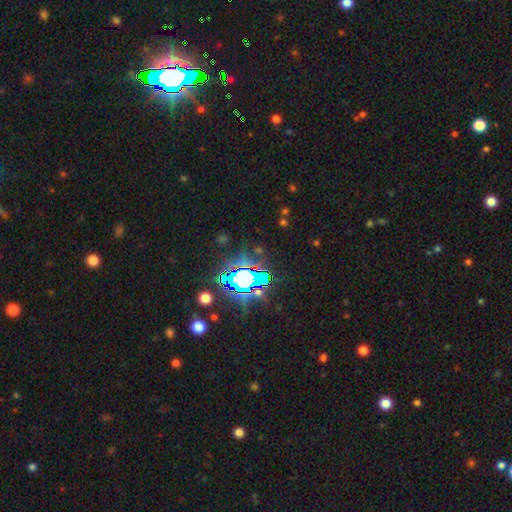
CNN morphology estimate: This appears to be a star or artifact, not a galaxy (82%).